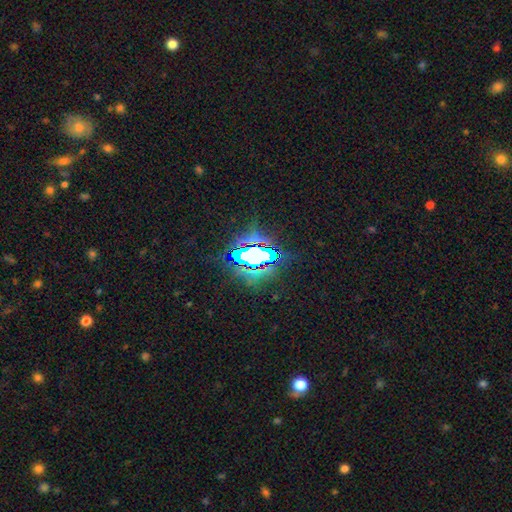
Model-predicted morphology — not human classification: A star or artifact, not a galaxy (67%).